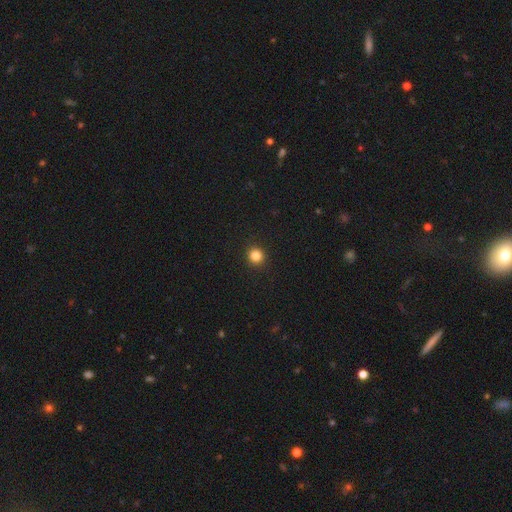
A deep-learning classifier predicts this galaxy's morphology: A smooth galaxy with no disk features (83%) that is round (93%).

Vote fractions:
- Smooth or featured? smooth: 83% / star or artifact: 13% / featured or disk: 4%
- How rounded? round: 93% / in between: 6% / cigar-shaped: 1%
- Merging? none: 93% / minor disturbance: 5% / major disturbance: 2% / merger: 1%